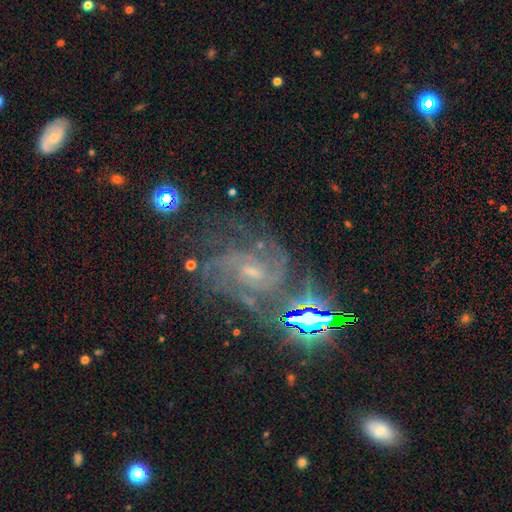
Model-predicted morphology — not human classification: smooth_or_featured: featured or disk (p=0.76) [alt: star or artifact p=0.18]
disk_edge_on: no (p=0.97) [alt: yes p=0.03]
bar: no (p=0.44) [tied with: weak p=0.44]
has_spiral_arms: yes (p=0.96) [alt: no p=0.04]
spiral_winding: medium (p=0.45) [alt: tight p=0.44]
spiral_arm_count: can't tell (p=0.26) [alt: 2 p=0.23]
bulge_size: small (p=0.69) [alt: moderate p=0.22]
merging: none (p=0.63) [alt: minor disturbance p=0.17]